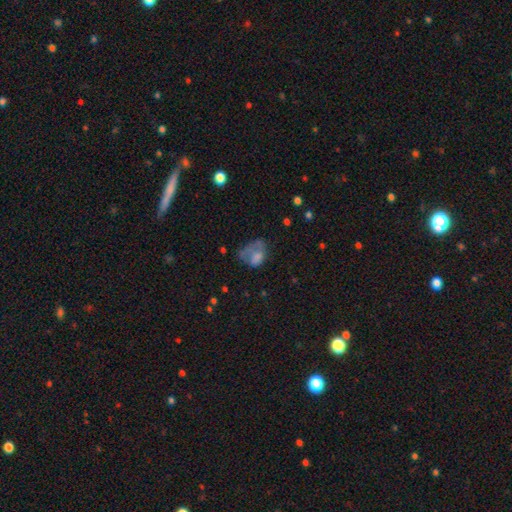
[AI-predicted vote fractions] Smooth or featured? Predicted: smooth (p=0.56). How rounded? Predicted: in between (p=0.70). Merging? Predicted: major disturbance (p=0.45).